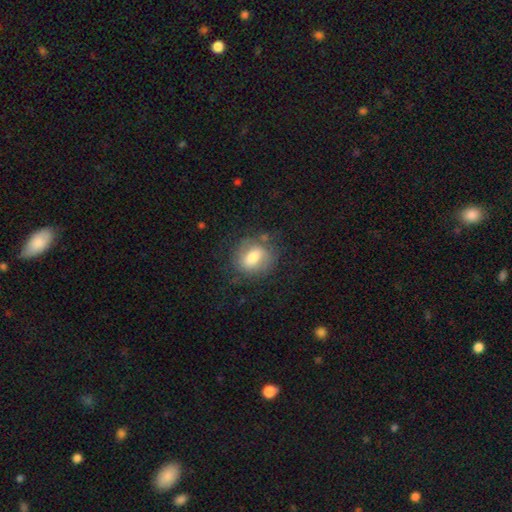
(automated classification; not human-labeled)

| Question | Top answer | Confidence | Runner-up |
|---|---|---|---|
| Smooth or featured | smooth | 66% | featured or disk (26%) |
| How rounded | in between | 58% | round (40%) |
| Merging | none | 70% | minor disturbance (19%) |